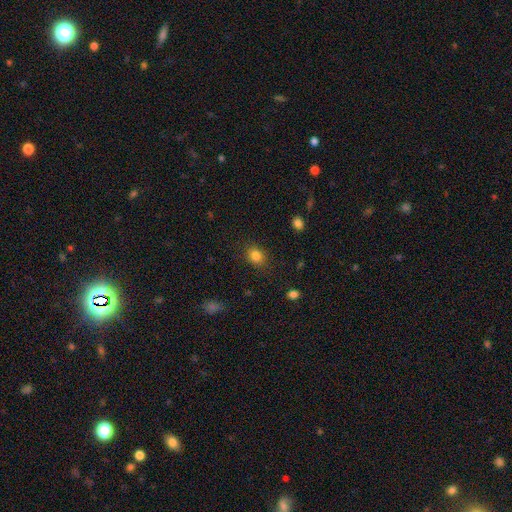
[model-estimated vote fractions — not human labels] Smooth or featured?
  - smooth: 84% *
  - star or artifact: 11%
  - featured or disk: 6%
How rounded?
  - in between: 51% *
  - round: 48%
  - cigar-shaped: 1%
Merging?
  - none: 85% *
  - minor disturbance: 11%
  - major disturbance: 3%
  - merger: 1%